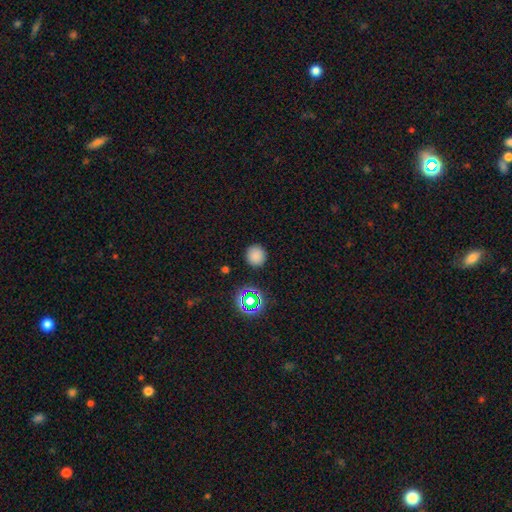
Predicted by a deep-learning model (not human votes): Smooth or featured?
  - smooth: 79% *
  - star or artifact: 17%
  - featured or disk: 4%
How rounded?
  - round: 93% *
  - in between: 6%
  - cigar-shaped: 1%
Merging?
  - none: 90% *
  - minor disturbance: 6%
  - major disturbance: 2%
  - merger: 2%